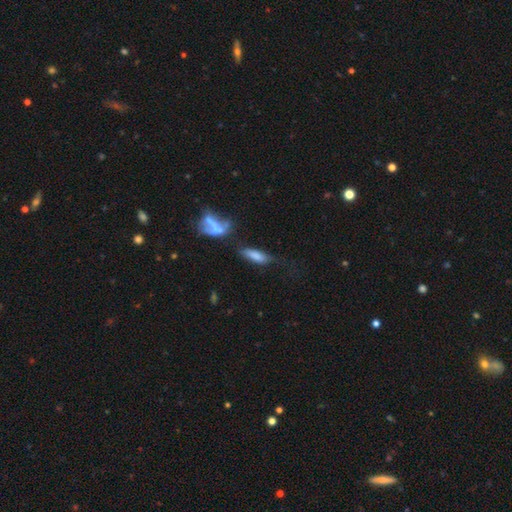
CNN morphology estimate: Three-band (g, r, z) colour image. It shows a smooth galaxy with no disk features (74%) that is in between round and cigar-shaped (51%). Merging: none (47%).